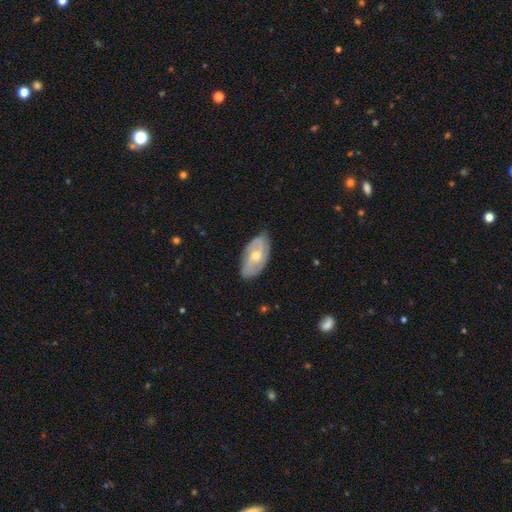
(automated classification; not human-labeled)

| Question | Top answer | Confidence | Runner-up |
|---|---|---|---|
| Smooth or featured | featured or disk | 62% | smooth (31%) |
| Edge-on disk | no | 90% | yes (10%) |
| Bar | no | 62% | weak (30%) |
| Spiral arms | yes | 71% | no (29%) |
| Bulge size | moderate | 62% | small (34%) |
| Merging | none | 80% | minor disturbance (16%) |